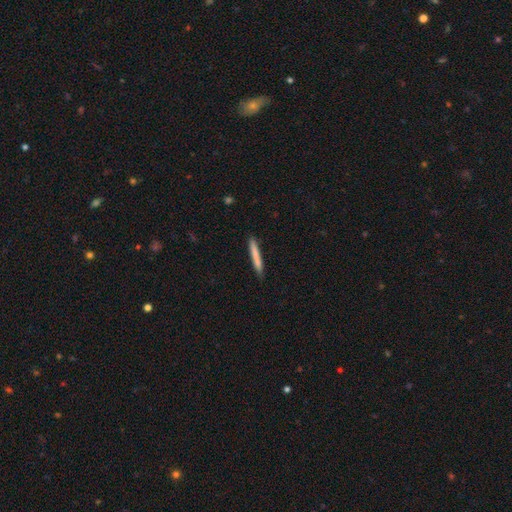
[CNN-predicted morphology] A smooth galaxy with no disk features (76%) that is cigar-shaped (96%). Merging: none (87%).